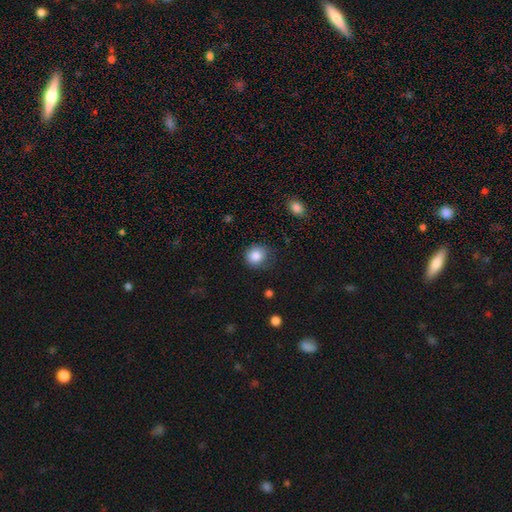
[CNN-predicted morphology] smooth-or-featured: smooth: 85% | star or artifact: 9% | featured or disk: 5%
  how-rounded: round: 83% | in between: 16% | cigar-shaped: 1%
  merging: none: 73% | minor disturbance: 20% | major disturbance: 5% | merger: 1%